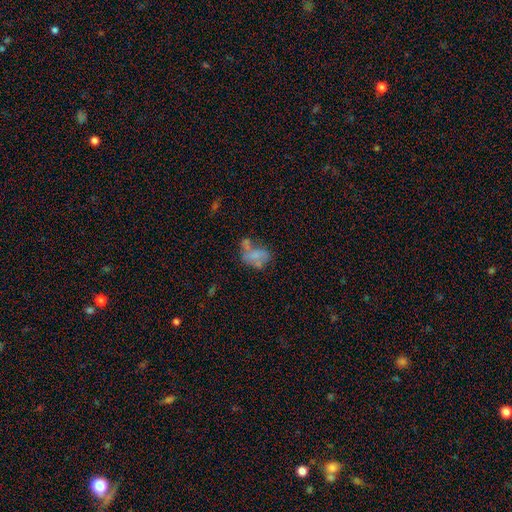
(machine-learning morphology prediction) Q: Smooth or featured?
A: smooth (50%); runner-up: featured or disk (37%)
Q: Merging?
A: none (29%); runner-up: merger (28%)